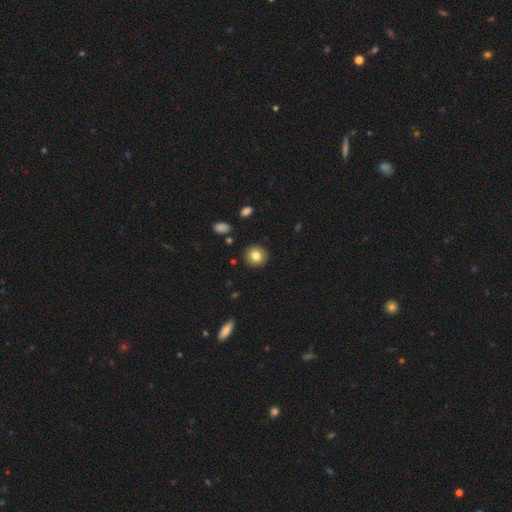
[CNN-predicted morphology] Q: Smooth or featured?
A: smooth (81%); runner-up: featured or disk (9%)
Q: How rounded?
A: round (89%); runner-up: in between (10%)
Q: Merging?
A: none (90%); runner-up: minor disturbance (6%)